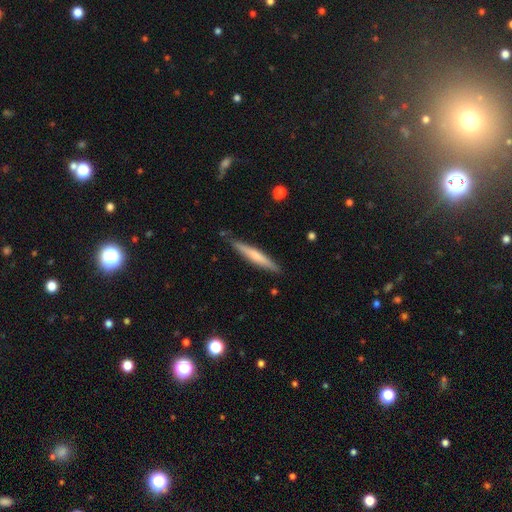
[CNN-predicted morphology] smooth 56%, featured or disk 39%, star or artifact 5%. Down the decision tree: how rounded — cigar-shaped (95%); merging — none (87%).